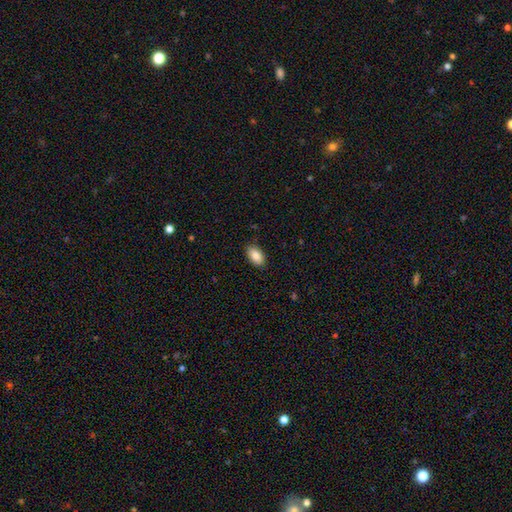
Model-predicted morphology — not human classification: smooth_or_featured: smooth (p=0.86) [alt: featured or disk p=0.07]
how_rounded: in between (p=0.93) [alt: round p=0.05]
merging: none (p=0.88) [alt: minor disturbance p=0.09]